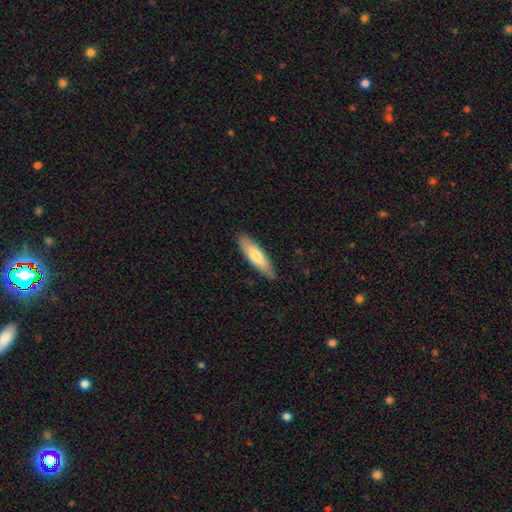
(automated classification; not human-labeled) Smooth or featured: smooth — 70% (featured or disk — 25%)
How rounded: cigar-shaped — 63% (in between — 36%)
Merging: none — 86% (minor disturbance — 11%)